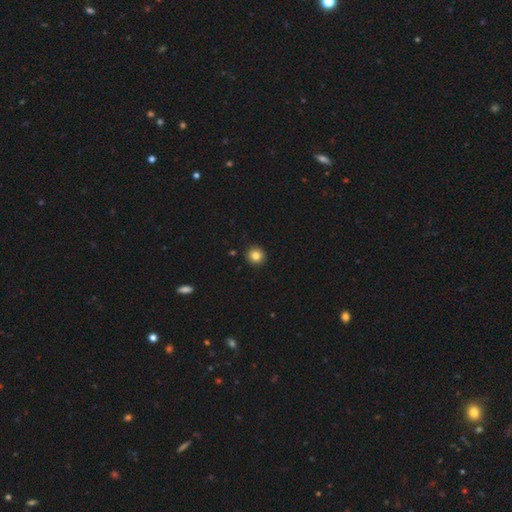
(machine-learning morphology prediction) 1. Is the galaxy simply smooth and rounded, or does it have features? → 83% smooth, 11% star or artifact, 6% featured or disk.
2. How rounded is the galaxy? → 93% round, 6% in between, 1% cigar-shaped.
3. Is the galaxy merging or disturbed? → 92% none, 5% minor disturbance, 1% major disturbance, 1% merger.